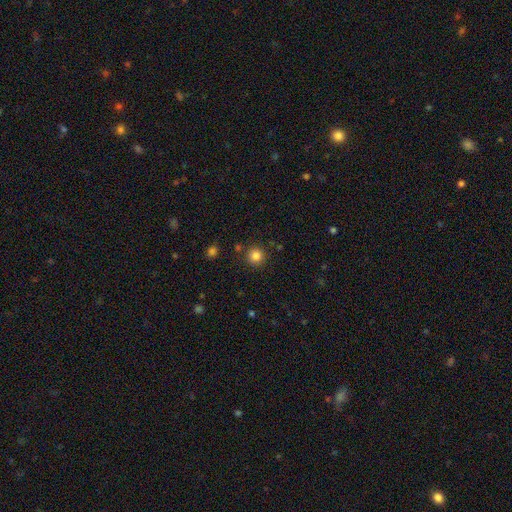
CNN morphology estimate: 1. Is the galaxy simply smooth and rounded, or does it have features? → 84% smooth, 12% star or artifact, 4% featured or disk.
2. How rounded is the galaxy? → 94% round, 5% in between, 1% cigar-shaped.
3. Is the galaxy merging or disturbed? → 87% none, 7% minor disturbance, 3% merger, 3% major disturbance.